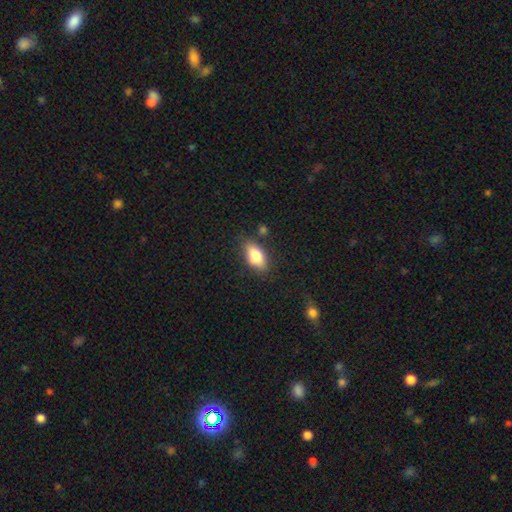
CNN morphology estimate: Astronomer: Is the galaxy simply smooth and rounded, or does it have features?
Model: smooth — 78%.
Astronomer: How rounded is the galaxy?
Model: in between — 86%.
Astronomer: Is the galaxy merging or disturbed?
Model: none — 78%.